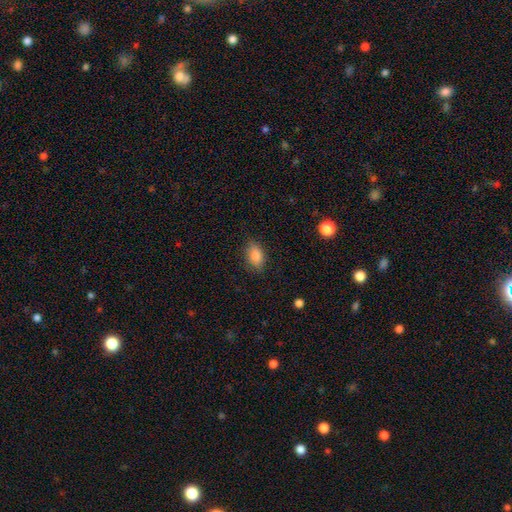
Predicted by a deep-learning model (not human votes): A smooth galaxy with no disk features (86%) that is in between round and cigar-shaped (88%). Merging: none (81%).